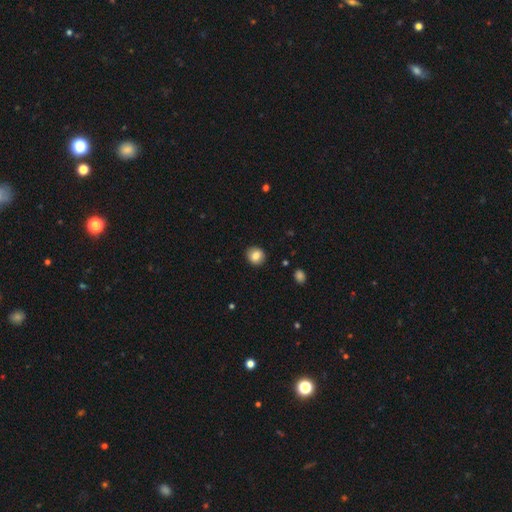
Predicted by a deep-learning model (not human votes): Overall: smooth (83%). How rounded: round (83%). Merging: none (90%).